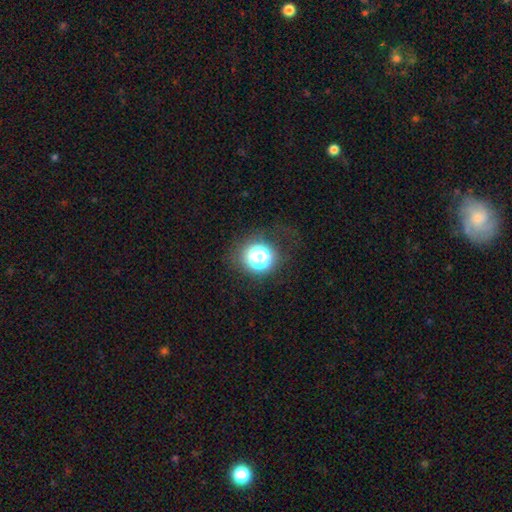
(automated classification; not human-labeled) Smooth or featured? smooth (47%)
Merging? none (70%)